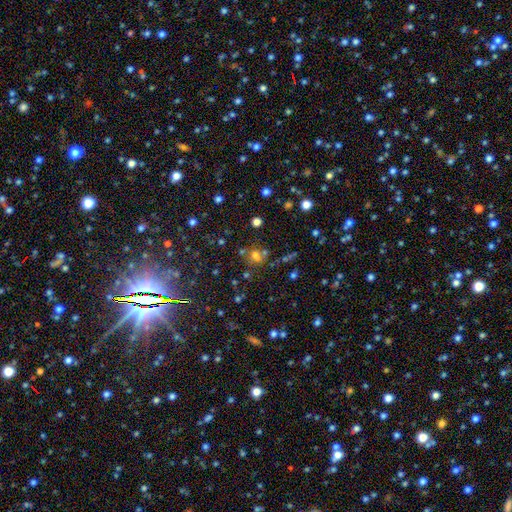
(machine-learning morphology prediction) smooth 52%, star or artifact 34%, featured or disk 14%. Down the decision tree: how rounded — round (67%); merging — none (55%).